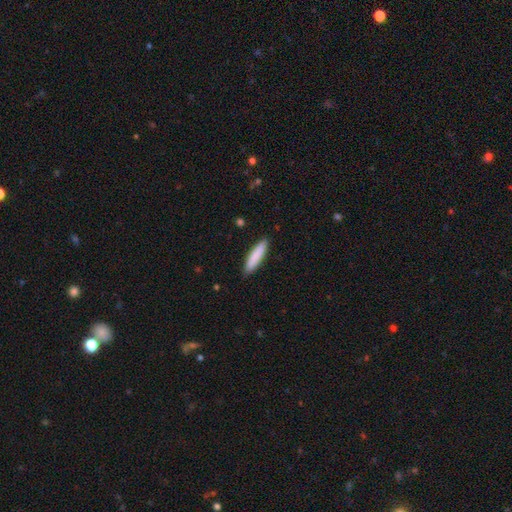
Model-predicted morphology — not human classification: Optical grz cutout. It shows a smooth galaxy with no disk features (86%) that is cigar-shaped (82%). Merging: none (89%).